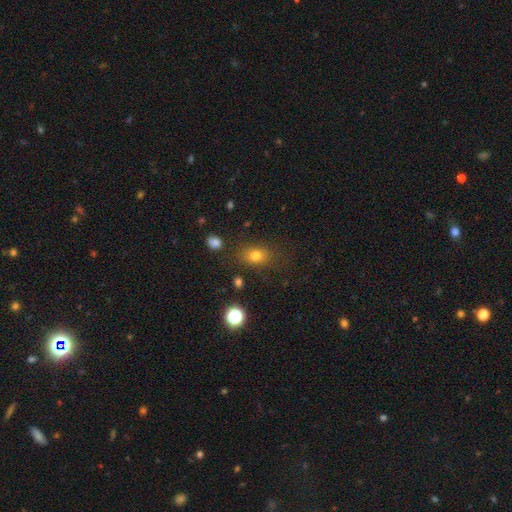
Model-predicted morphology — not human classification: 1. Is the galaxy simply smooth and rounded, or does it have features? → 77% smooth, 15% star or artifact, 9% featured or disk.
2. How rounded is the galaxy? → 64% in between, 34% round, 2% cigar-shaped.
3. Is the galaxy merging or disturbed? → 79% none, 13% minor disturbance, 5% major disturbance, 3% merger.